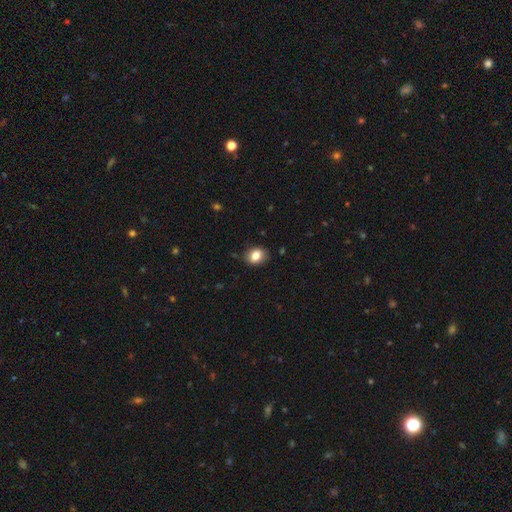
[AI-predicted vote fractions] Smooth or featured?
  - smooth: 83% *
  - star or artifact: 9%
  - featured or disk: 8%
How rounded?
  - in between: 54% *
  - round: 45%
  - cigar-shaped: 1%
Merging?
  - none: 86% *
  - minor disturbance: 10%
  - major disturbance: 2%
  - merger: 1%